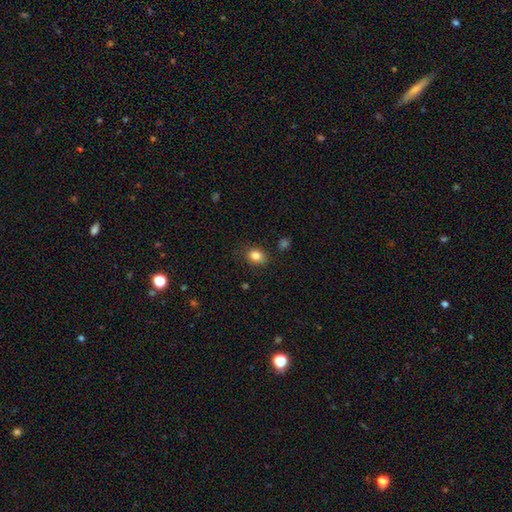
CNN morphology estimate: type=smooth (83%); roundness=round (53%); merging=none (82%).